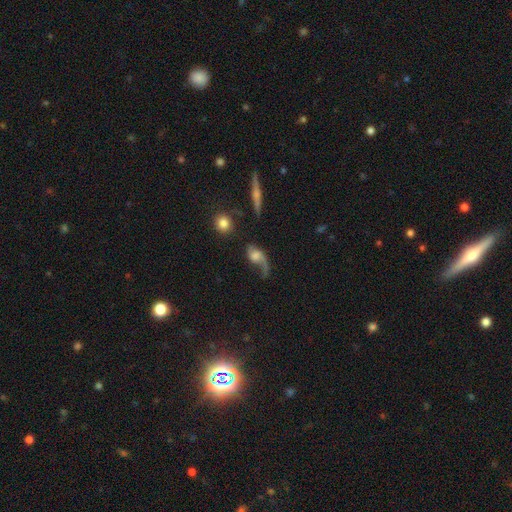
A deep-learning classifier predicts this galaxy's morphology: type=featured or disk (64%); edge-on=no (93%); bar=no (68%); spiral arms=yes (88%); winding=loose (82%); arm count=1 (59%); bulge=moderate (34%); merging=major disturbance (41%).